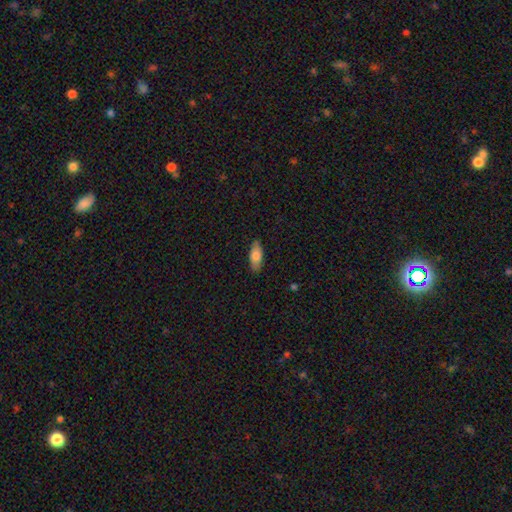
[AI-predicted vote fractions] Overall: smooth (79%). How rounded: in between (77%). Merging: none (86%).